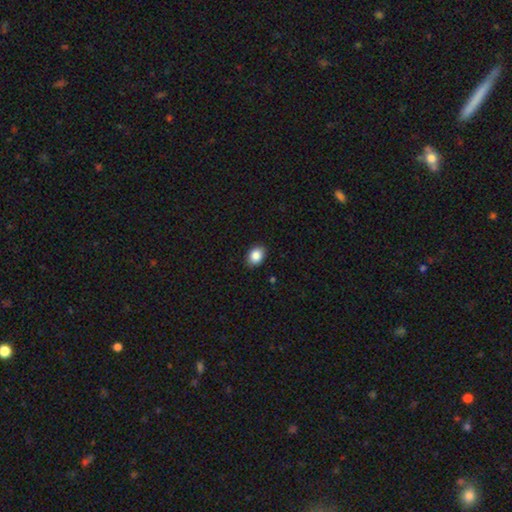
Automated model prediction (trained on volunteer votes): Q: Smooth or featured?
A: smooth (87%); runner-up: star or artifact (8%)
Q: How rounded?
A: in between (70%); runner-up: round (29%)
Q: Merging?
A: none (89%); runner-up: minor disturbance (8%)